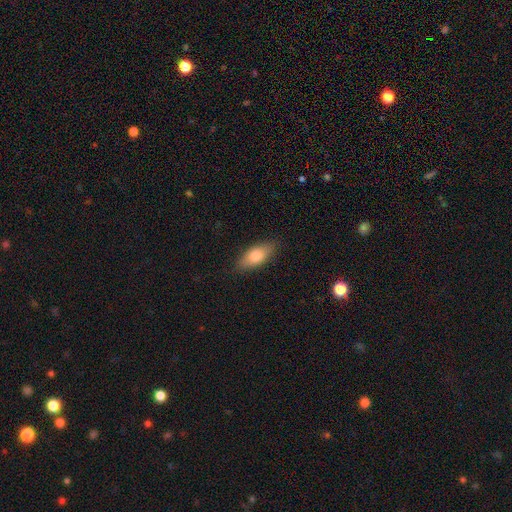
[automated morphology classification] smooth_or_featured: smooth (p=0.77) [alt: featured or disk p=0.17]
how_rounded: in between (p=0.78) [alt: cigar-shaped p=0.19]
merging: none (p=0.86) [alt: minor disturbance p=0.11]